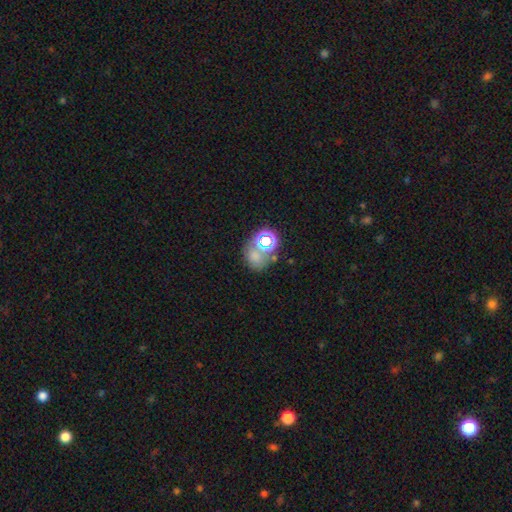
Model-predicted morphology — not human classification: This appears to be a smooth galaxy with no disk features (54%) that is round (55%). Merging: none (49%).